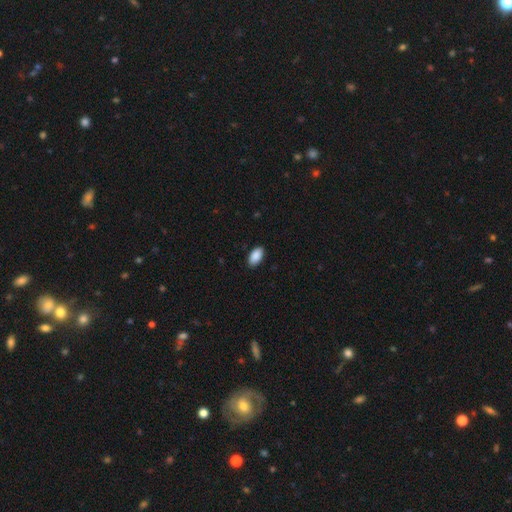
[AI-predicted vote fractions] Q: Smooth or featured?
A: smooth (91%); runner-up: star or artifact (6%)
Q: How rounded?
A: in between (95%); runner-up: round (3%)
Q: Merging?
A: none (89%); runner-up: minor disturbance (9%)